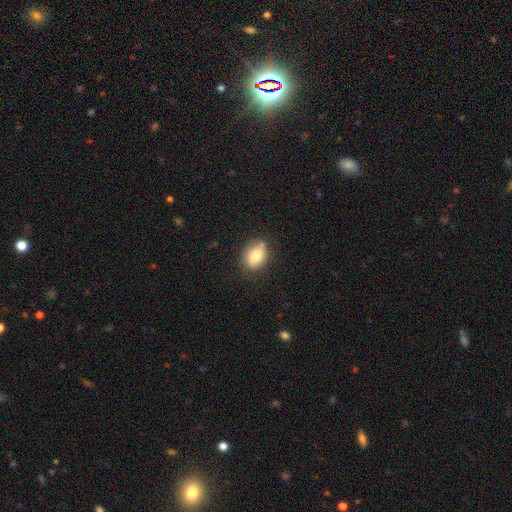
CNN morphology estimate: Smooth or featured?
  - smooth: 78% *
  - featured or disk: 14%
  - star or artifact: 8%
How rounded?
  - in between: 67% *
  - round: 31%
  - cigar-shaped: 1%
Merging?
  - none: 70% *
  - minor disturbance: 21%
  - major disturbance: 5%
  - merger: 4%